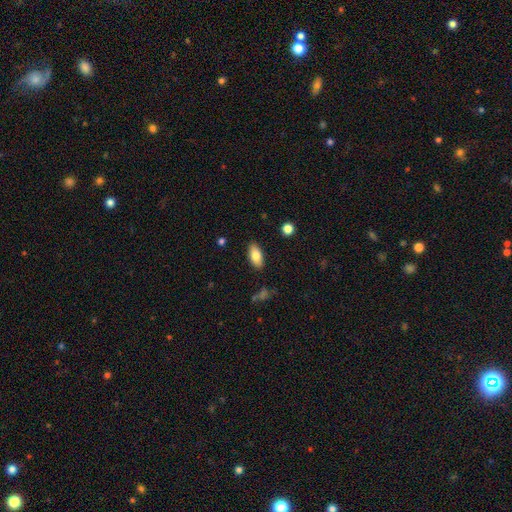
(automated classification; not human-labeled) Smooth or featured: smooth — 80% (featured or disk — 13%)
How rounded: in between — 90% (cigar-shaped — 7%)
Merging: none — 87% (minor disturbance — 10%)